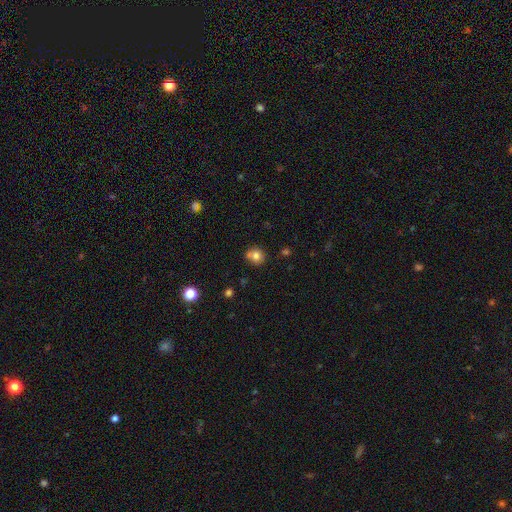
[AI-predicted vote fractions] Smooth or featured? Predicted: smooth (p=0.78). How rounded? Predicted: round (p=0.83). Merging? Predicted: none (p=0.65).